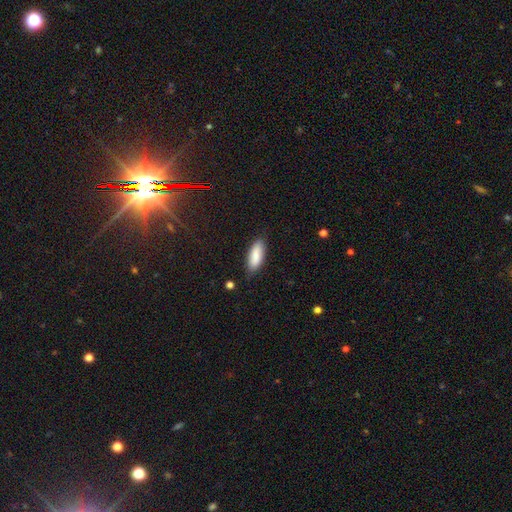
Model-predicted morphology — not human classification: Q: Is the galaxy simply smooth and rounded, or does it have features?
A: smooth — 85%.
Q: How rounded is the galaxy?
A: in between — 76%.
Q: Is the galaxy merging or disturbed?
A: none — 80%.